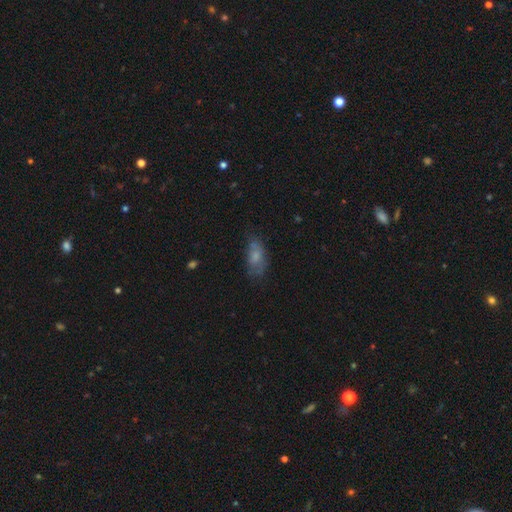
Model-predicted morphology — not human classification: Smooth or featured?
  - smooth: 65% *
  - featured or disk: 25%
  - star or artifact: 10%
How rounded?
  - in between: 83% *
  - cigar-shaped: 12%
  - round: 4%
Merging?
  - none: 54% *
  - minor disturbance: 29%
  - major disturbance: 13%
  - merger: 4%